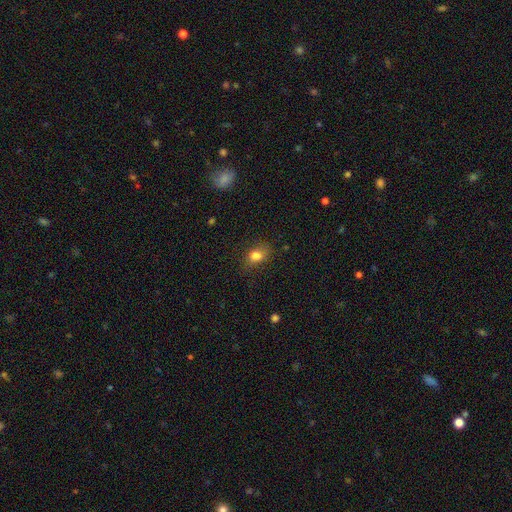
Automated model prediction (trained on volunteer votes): Smooth or featured? Predicted: smooth (p=0.78). How rounded? Predicted: in between (p=0.70). Merging? Predicted: none (p=0.65).